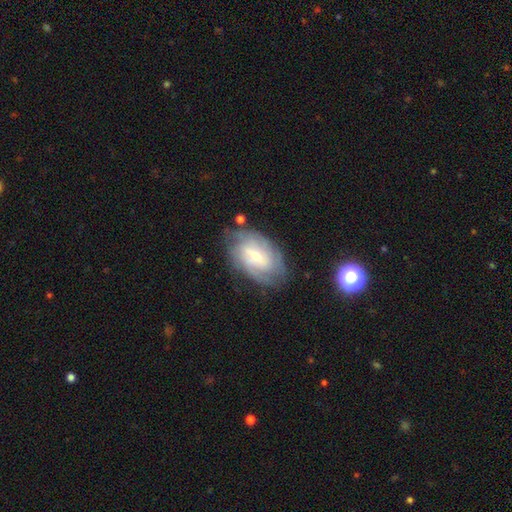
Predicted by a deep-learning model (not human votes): The model was most divided on "bar": weak: 50%, no: 32%, strong: 17%. Remaining: edge-on disk — no (95%); spiral arms — yes (89%); merging — none (73%); smooth or featured — featured or disk (73%); bulge size — small (57%); spiral winding — tight (57%); spiral arm count — can't tell (43%).